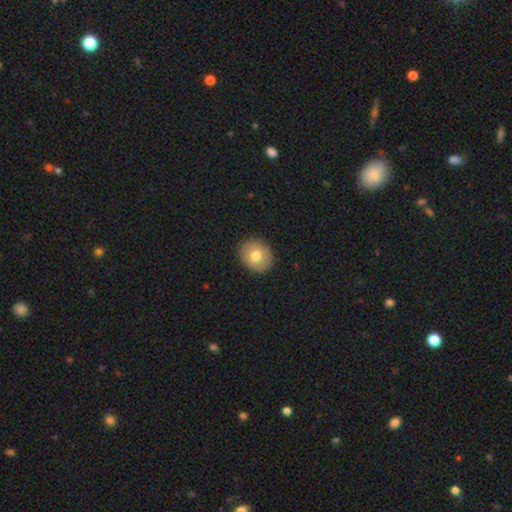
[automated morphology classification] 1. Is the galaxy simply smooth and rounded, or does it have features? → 74% smooth, 18% featured or disk, 9% star or artifact.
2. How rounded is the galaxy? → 67% round, 32% in between, 1% cigar-shaped.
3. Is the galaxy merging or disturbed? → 89% none, 7% minor disturbance, 2% major disturbance, 1% merger.